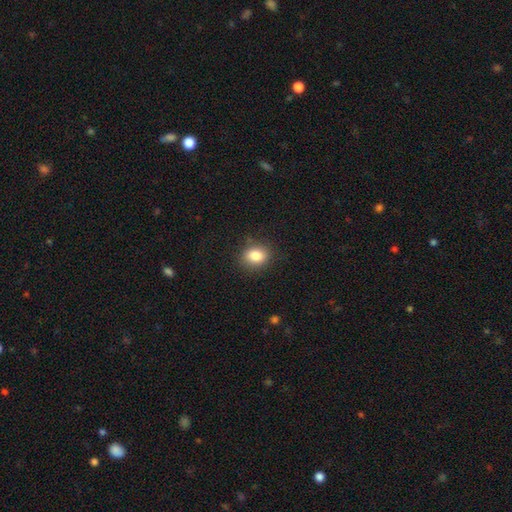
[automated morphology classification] A smooth galaxy with no disk features (84%) that is in between round and cigar-shaped (53%).

Vote fractions:
- Smooth or featured? smooth: 84% / star or artifact: 10% / featured or disk: 6%
- How rounded? in between: 53% / round: 46% / cigar-shaped: 1%
- Merging? none: 84% / minor disturbance: 11% / major disturbance: 3% / merger: 1%